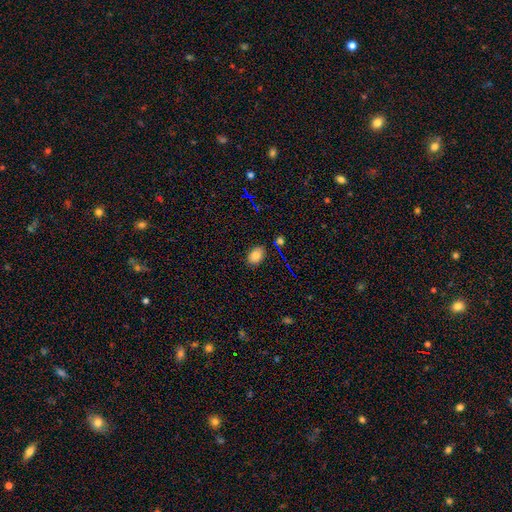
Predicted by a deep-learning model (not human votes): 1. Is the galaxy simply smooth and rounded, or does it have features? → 80% smooth, 13% star or artifact, 7% featured or disk.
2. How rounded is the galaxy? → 79% in between, 19% round, 1% cigar-shaped.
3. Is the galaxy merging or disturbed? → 83% none, 12% minor disturbance, 3% merger, 3% major disturbance.